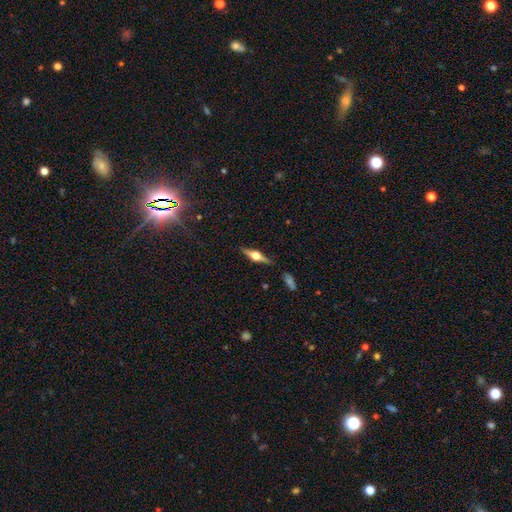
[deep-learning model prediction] Q: Smooth or featured?
A: featured or disk (73%); runner-up: smooth (21%)
Q: Edge-on disk?
A: yes (97%); runner-up: no (3%)
Q: Edge-on bulge?
A: rounded (95%); runner-up: boxy (4%)
Q: Merging?
A: none (88%); runner-up: minor disturbance (8%)